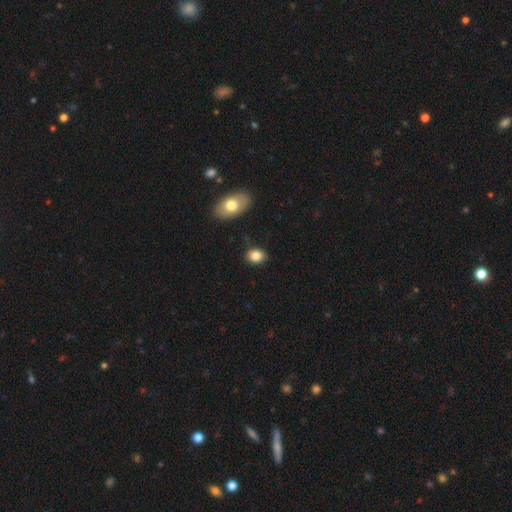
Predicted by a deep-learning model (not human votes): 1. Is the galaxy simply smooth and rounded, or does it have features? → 82% smooth, 9% star or artifact, 9% featured or disk.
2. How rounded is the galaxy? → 62% in between, 37% round, 1% cigar-shaped.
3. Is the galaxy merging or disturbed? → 85% none, 10% minor disturbance, 3% merger, 2% major disturbance.